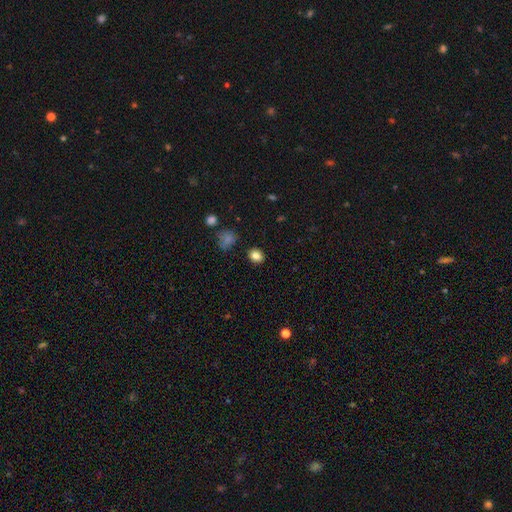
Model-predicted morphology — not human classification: Smooth or featured?
  - smooth: 83% *
  - star or artifact: 11%
  - featured or disk: 6%
How rounded?
  - round: 58% *
  - in between: 41%
  - cigar-shaped: 1%
Merging?
  - none: 88% *
  - minor disturbance: 8%
  - major disturbance: 2%
  - merger: 2%